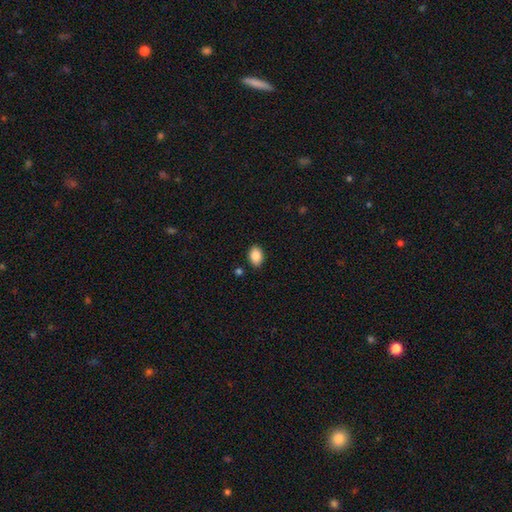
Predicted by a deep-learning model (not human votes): smooth 88%, star or artifact 8%, featured or disk 5%. Down the decision tree: how rounded — in between (83%); merging — none (88%).